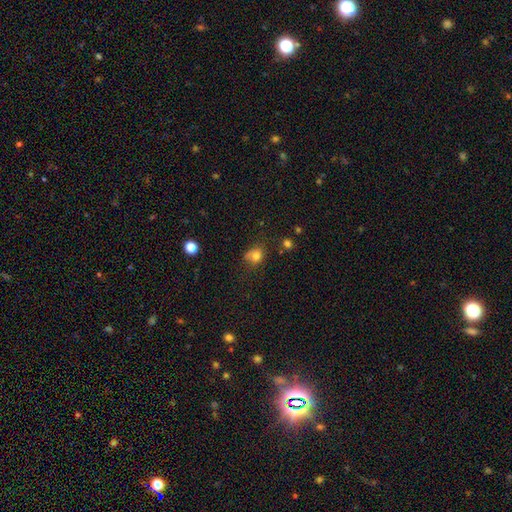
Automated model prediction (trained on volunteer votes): Q: Smooth or featured?
A: smooth (78%); runner-up: star or artifact (13%)
Q: How rounded?
A: round (58%); runner-up: in between (41%)
Q: Merging?
A: none (51%); runner-up: minor disturbance (31%)